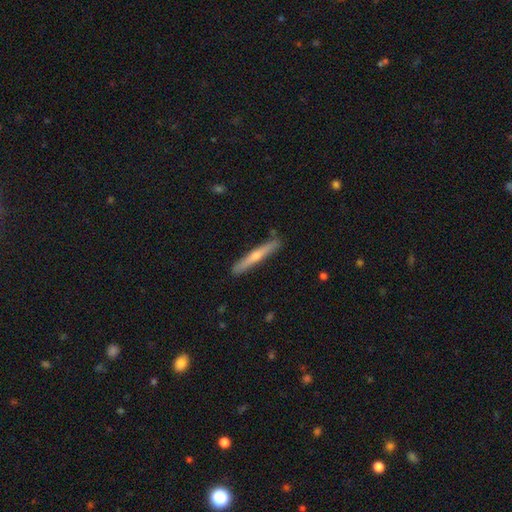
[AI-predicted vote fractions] A featured or disk galaxy (59%) viewed edge-on (94%) with a rounded central bulge (81%).

Vote fractions:
- Smooth or featured? featured or disk: 59% / smooth: 33% / star or artifact: 8%
- Edge-on disk? yes: 94% / no: 6%
- Edge-on bulge? rounded: 81% / none: 16% / boxy: 4%
- Merging? none: 87% / minor disturbance: 10% / major disturbance: 2% / merger: 1%